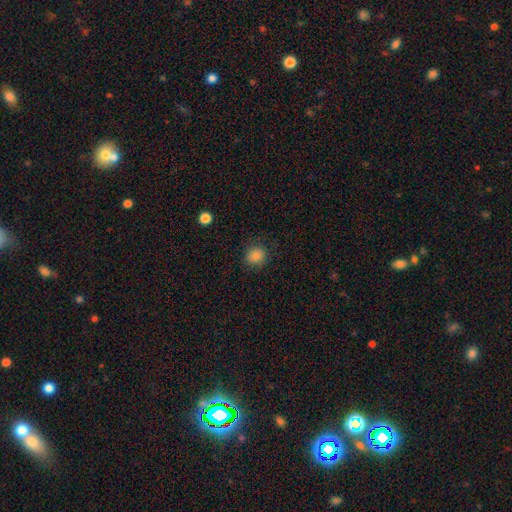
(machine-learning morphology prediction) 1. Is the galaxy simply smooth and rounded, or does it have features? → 86% smooth, 11% star or artifact, 4% featured or disk.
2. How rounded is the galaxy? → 77% round, 22% in between, 1% cigar-shaped.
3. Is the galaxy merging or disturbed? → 87% none, 9% minor disturbance, 3% major disturbance, 1% merger.